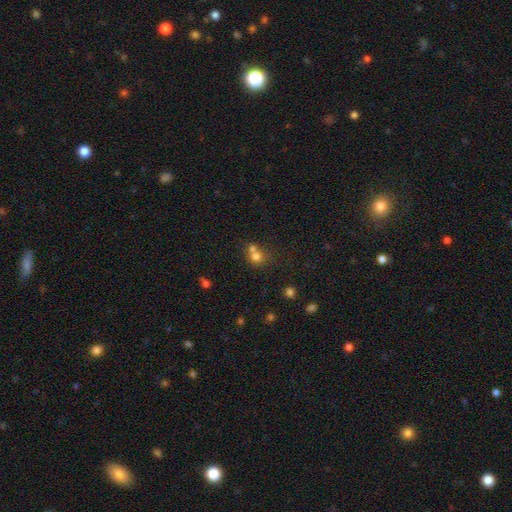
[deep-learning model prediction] Smooth or featured? smooth (73%)
How rounded? round (83%)
Merging? merger (52%)